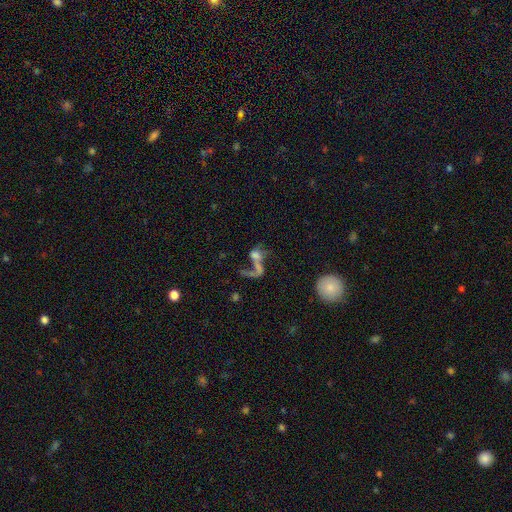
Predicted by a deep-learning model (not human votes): Smooth or featured: featured or disk — 47% (smooth — 36%)
Merging: merger — 45% (major disturbance — 29%)